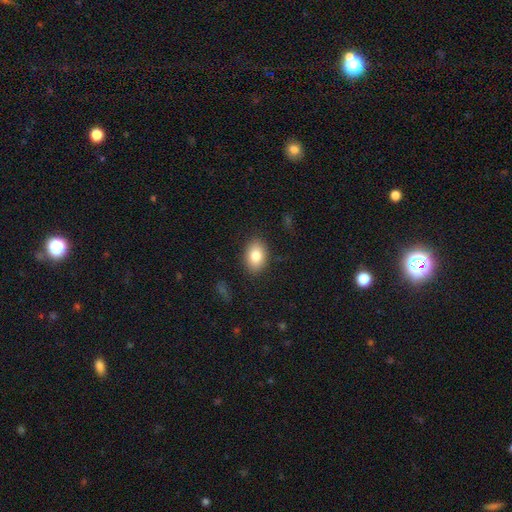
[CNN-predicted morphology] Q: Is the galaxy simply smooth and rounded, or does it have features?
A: smooth — 83%.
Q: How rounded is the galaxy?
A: in between — 86%.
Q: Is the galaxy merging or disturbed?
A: none — 87%.